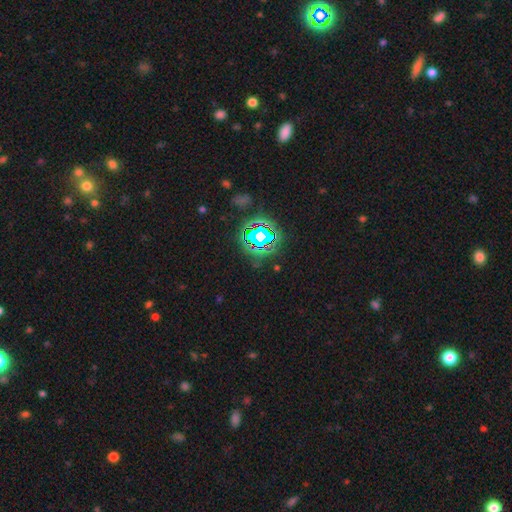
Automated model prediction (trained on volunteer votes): This is likely a star or artifact rather than a galaxy (78%).